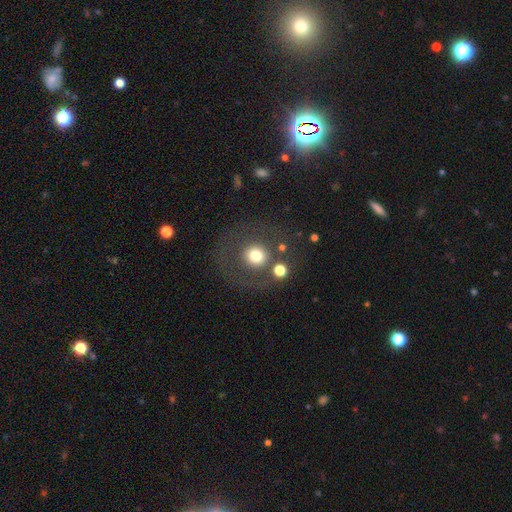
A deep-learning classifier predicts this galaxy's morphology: A smooth galaxy with no disk features (68%) that is round (90%).

Vote fractions:
- Smooth or featured? smooth: 68% / featured or disk: 19% / star or artifact: 13%
- How rounded? round: 90% / in between: 9% / cigar-shaped: 1%
- Merging? none: 71% / minor disturbance: 11% / major disturbance: 10% / merger: 9%